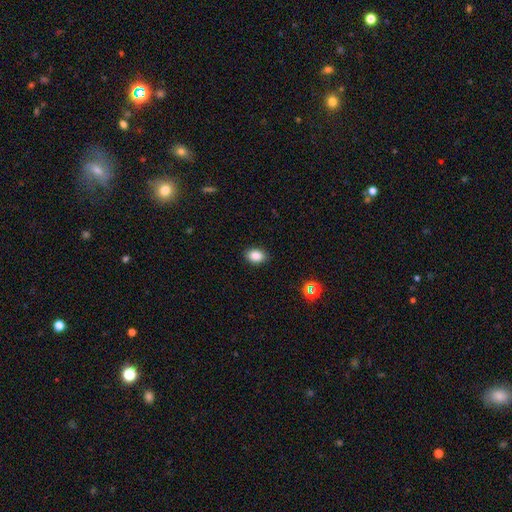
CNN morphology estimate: Smooth or featured? Predicted: smooth (p=0.86). How rounded? Predicted: in between (p=0.77). Merging? Predicted: none (p=0.88).